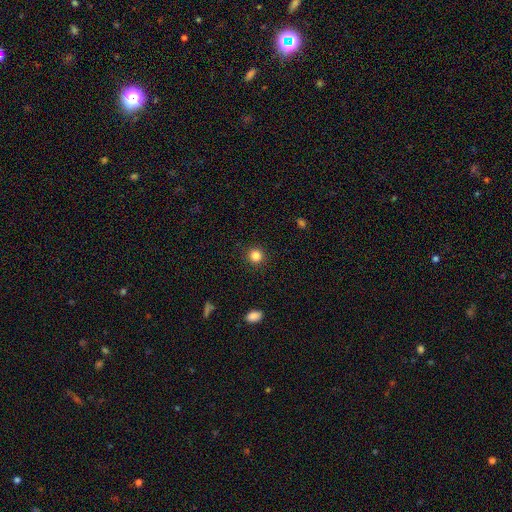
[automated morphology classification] A smooth galaxy with no disk features (85%) that is round (93%). Merging: none (91%).